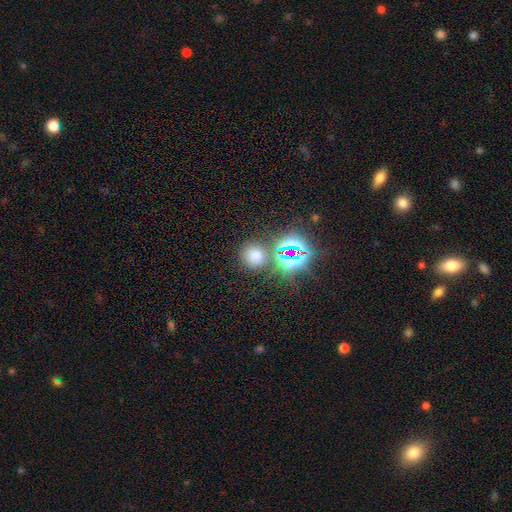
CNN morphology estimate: smooth_or_featured: smooth (p=0.61) [alt: star or artifact p=0.32]
how_rounded: round (p=0.86) [alt: in between p=0.13]
merging: none (p=0.75) [alt: merger p=0.12]